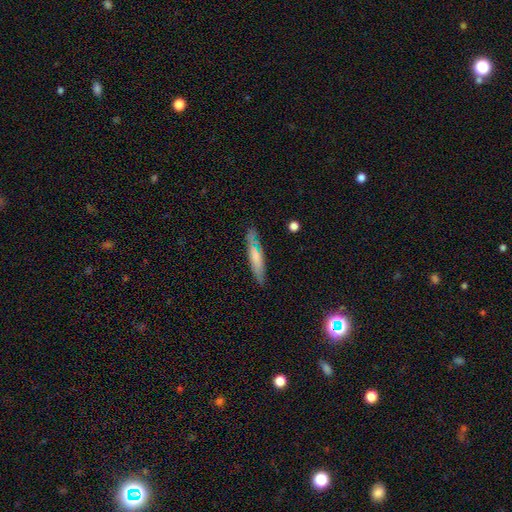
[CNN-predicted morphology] Overall: smooth (60%; featured or disk 32%). How rounded: cigar-shaped (83%). Merging: none (78%).